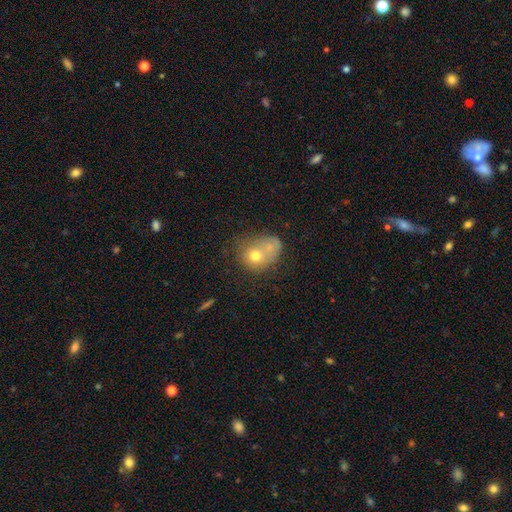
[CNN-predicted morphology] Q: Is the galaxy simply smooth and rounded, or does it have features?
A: smooth — 64%.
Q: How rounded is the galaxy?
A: round — 57%.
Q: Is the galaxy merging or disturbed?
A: merger — 35%.